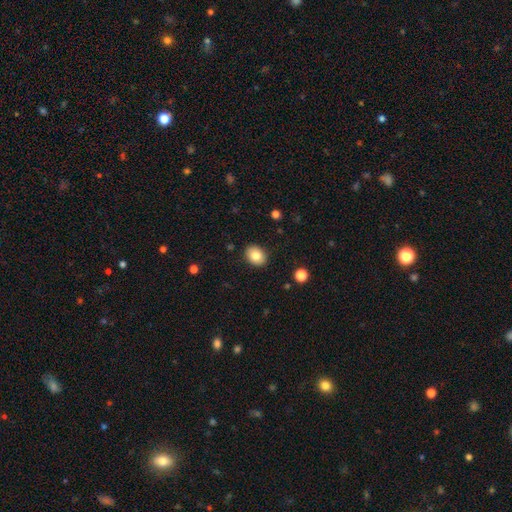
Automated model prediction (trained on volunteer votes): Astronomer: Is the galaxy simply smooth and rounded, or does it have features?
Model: smooth — 82%.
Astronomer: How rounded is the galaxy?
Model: in between — 61% (runner-up: round, 39%).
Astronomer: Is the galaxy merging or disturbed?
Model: none — 89%.